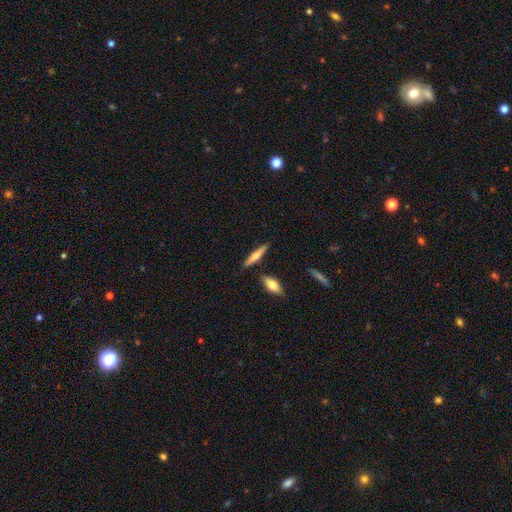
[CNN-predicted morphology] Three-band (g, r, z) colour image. It shows a smooth galaxy with no disk features (53%) that is cigar-shaped (81%). Merging: none (80%).